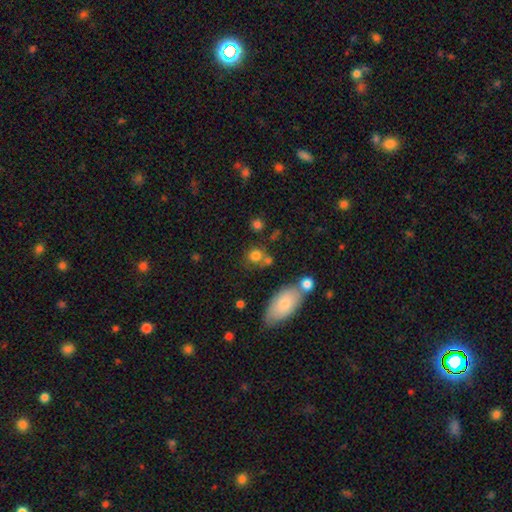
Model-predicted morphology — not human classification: Smooth or featured? Predicted: smooth (p=0.79). How rounded? Predicted: round (p=0.78). Merging? Predicted: none (p=0.61).